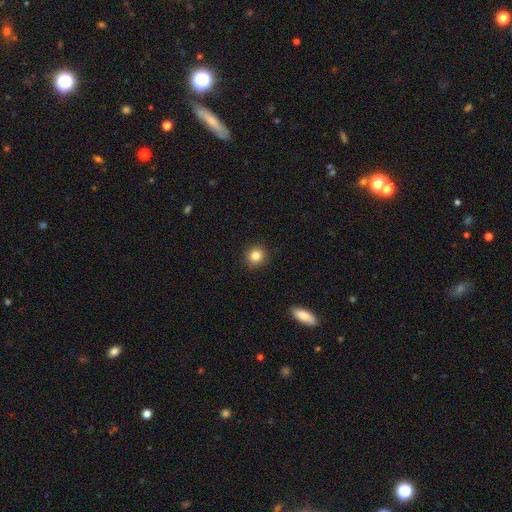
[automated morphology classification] type=smooth (84%); roundness=round (92%); merging=none (92%).